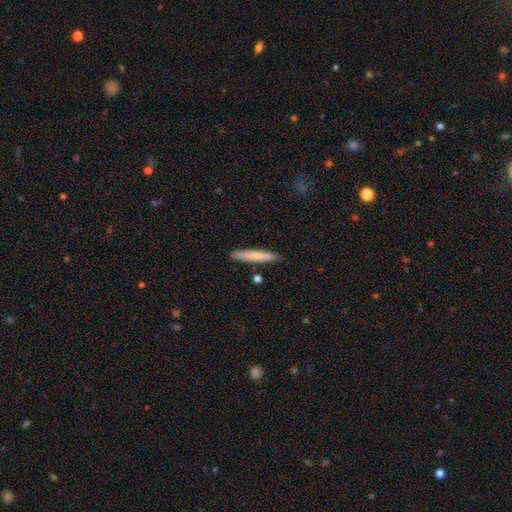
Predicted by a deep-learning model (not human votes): Smooth or featured? smooth (73%)
How rounded? cigar-shaped (94%)
Merging? none (88%)